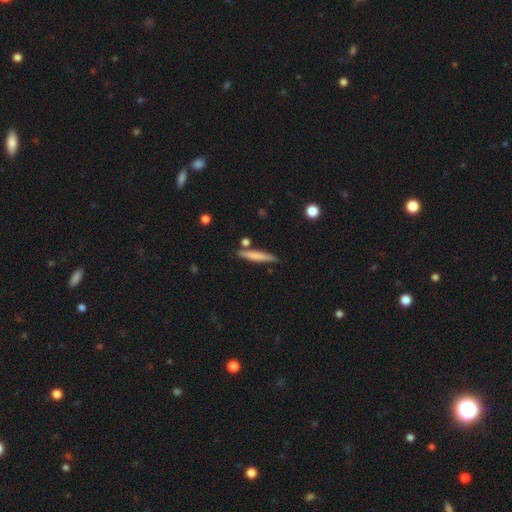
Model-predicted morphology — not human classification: A smooth galaxy with no disk features (69%) that is cigar-shaped (92%). Merging: none (80%).